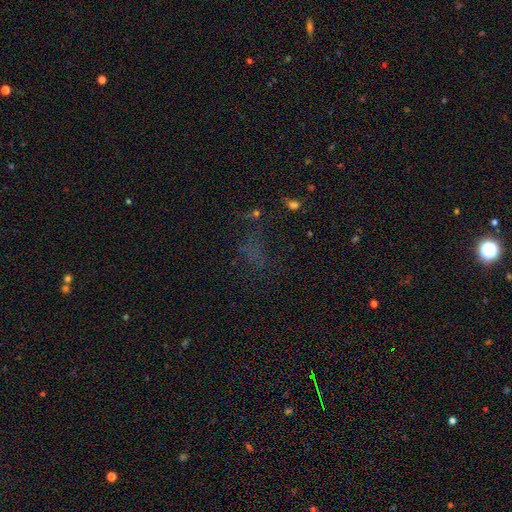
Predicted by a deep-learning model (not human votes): Overall: star or artifact (50%; smooth 34%).